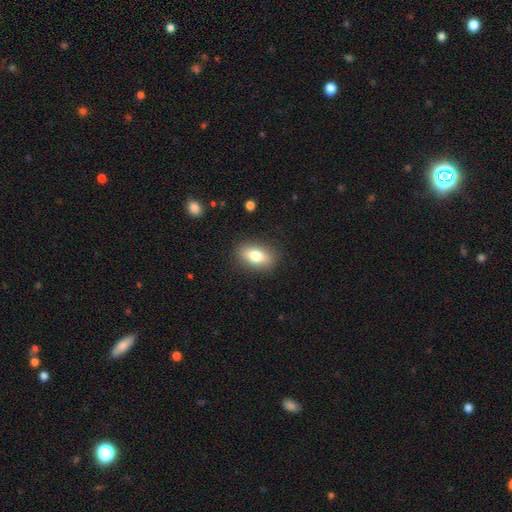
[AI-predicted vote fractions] smooth-or-featured: smooth: 76% | featured or disk: 16% | star or artifact: 8%
  how-rounded: in between: 83% | round: 11% | cigar-shaped: 6%
  merging: none: 87% | minor disturbance: 9% | major disturbance: 3% | merger: 1%